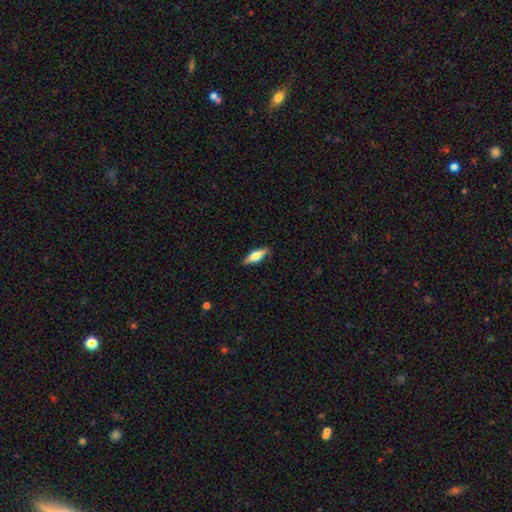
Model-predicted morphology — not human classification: smooth_or_featured: featured or disk (p=0.49) [alt: smooth p=0.44]
merging: none (p=0.87) [alt: minor disturbance p=0.10]